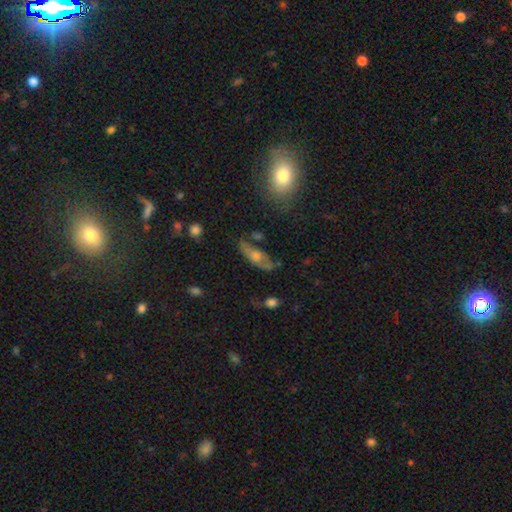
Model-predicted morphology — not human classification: featured or disk 45%, smooth 44%, star or artifact 11%. Down the decision tree: merging — none (64%).